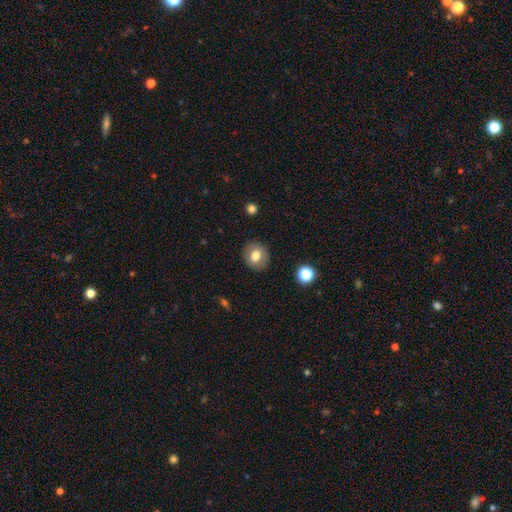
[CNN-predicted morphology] A smooth galaxy with no disk features (75%) that is round (76%). Merging: none (88%).